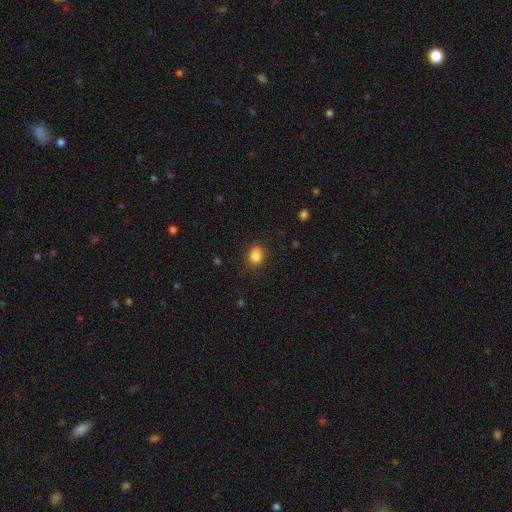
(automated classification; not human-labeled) smooth 84%, star or artifact 10%, featured or disk 6%. Down the decision tree: how rounded — in between (51%); merging — none (82%).